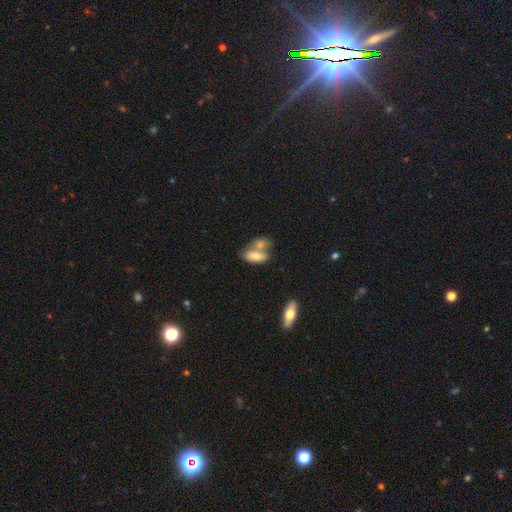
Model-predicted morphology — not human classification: A smooth galaxy with no disk features (76%) that is in between round and cigar-shaped (87%). Merging: merger (56%).